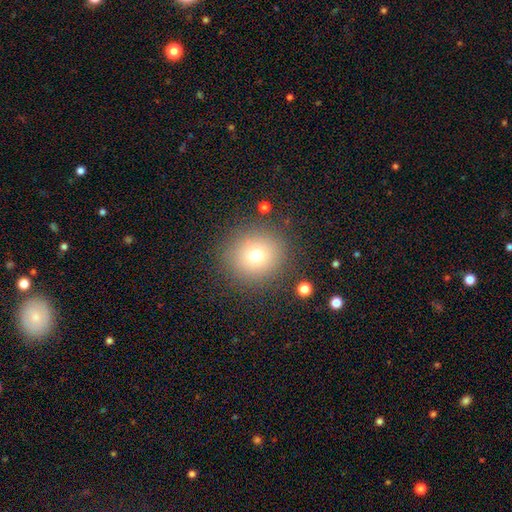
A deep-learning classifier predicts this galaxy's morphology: smooth_or_featured: smooth (p=0.72) [alt: star or artifact p=0.17]
how_rounded: round (p=0.92) [alt: in between p=0.07]
merging: none (p=0.86) [alt: minor disturbance p=0.07]